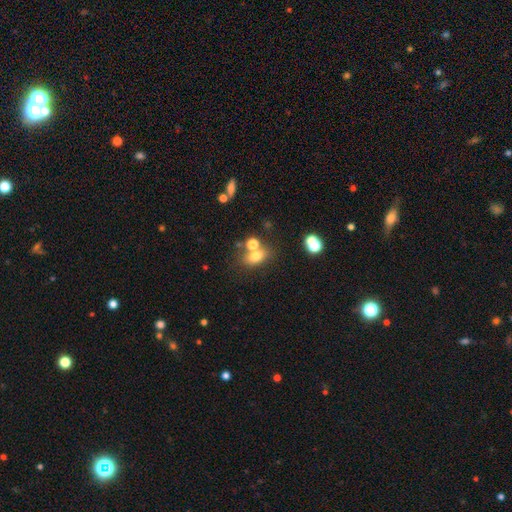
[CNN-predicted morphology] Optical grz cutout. It shows a smooth galaxy with no disk features (71%) that is in between round and cigar-shaped (70%). Merging: none (55%).